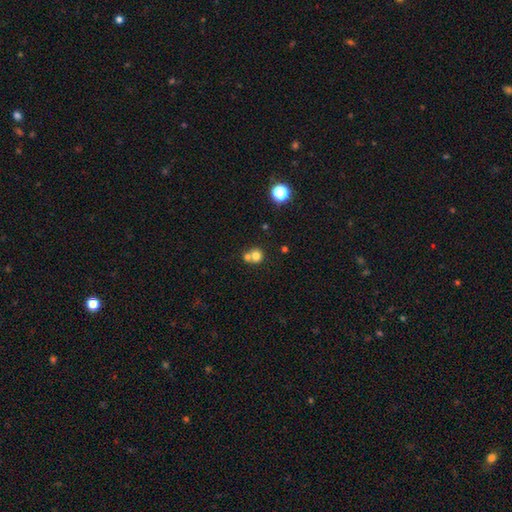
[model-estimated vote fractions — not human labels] smooth 74%, star or artifact 13%, featured or disk 13%. Down the decision tree: how rounded — round (85%); merging — merger (49%).